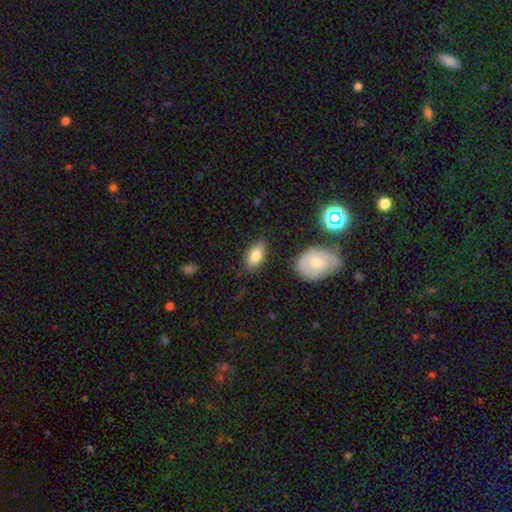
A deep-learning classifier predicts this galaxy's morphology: Overall: smooth (78%). How rounded: in between (90%). Merging: none (82%).